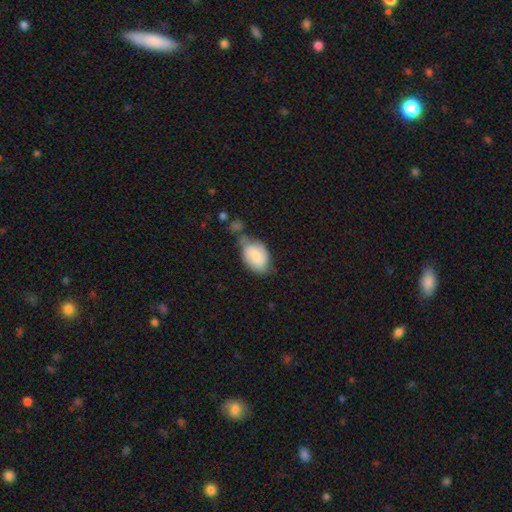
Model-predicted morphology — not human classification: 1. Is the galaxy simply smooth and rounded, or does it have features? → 78% smooth, 16% featured or disk, 6% star or artifact.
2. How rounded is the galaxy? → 85% in between, 14% round, 1% cigar-shaped.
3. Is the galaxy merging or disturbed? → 42% none, 29% minor disturbance, 18% merger, 11% major disturbance.